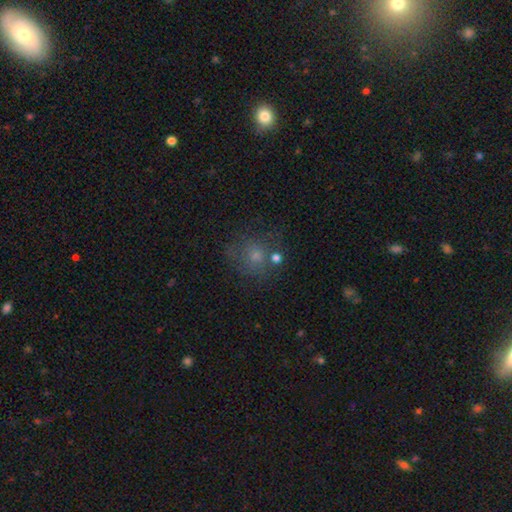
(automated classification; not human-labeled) Smooth or featured: smooth — 63% (star or artifact — 19%)
How rounded: round — 82% (in between — 17%)
Merging: none — 61% (minor disturbance — 17%)